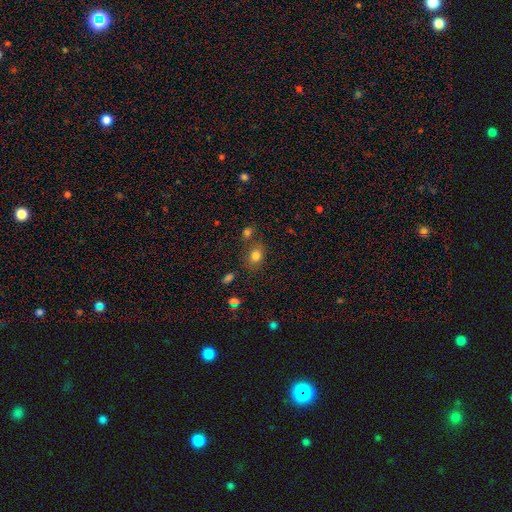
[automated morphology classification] Overall: smooth (79%). How rounded: round (54%; in between 45%). Merging: none (69%).